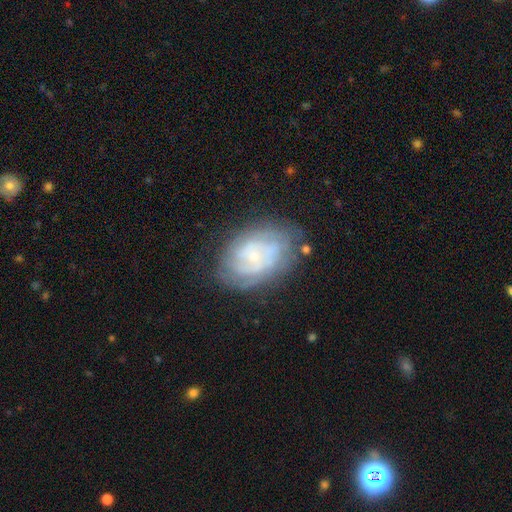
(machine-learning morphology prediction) A featured or disk galaxy (71%) with no bar (65%), tight (63%) spiral arms (85%) and a small central bulge (66%).

Vote fractions:
- Smooth or featured? featured or disk: 71% / smooth: 21% / star or artifact: 8%
- Edge-on disk? no: 97% / yes: 3%
- Bar? no: 65% / weak: 30% / strong: 5%
- Spiral arms? yes: 85% / no: 15%
- Spiral winding? tight: 63% / medium: 28% / loose: 9%
- Spiral arm count? can't tell: 48% / 2: 24% / 3: 13% / 4: 6% / 1: 5% / more than 4: 4%
- Bulge size? small: 66% / moderate: 18% / none: 12% / large: 3% / dominant: 1%
- Merging? none: 68% / minor disturbance: 21% / major disturbance: 9% / merger: 2%